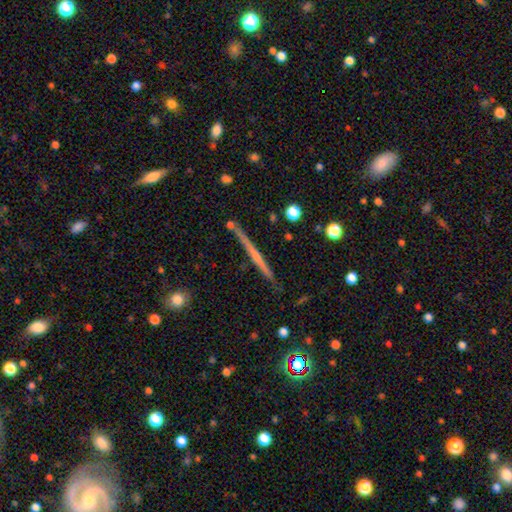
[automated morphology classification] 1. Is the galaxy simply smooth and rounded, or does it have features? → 62% featured or disk, 30% smooth, 8% star or artifact.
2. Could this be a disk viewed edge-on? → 98% yes, 2% no.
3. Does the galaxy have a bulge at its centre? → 68% none, 26% rounded, 6% boxy.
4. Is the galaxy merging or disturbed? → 87% none, 9% minor disturbance, 2% merger, 2% major disturbance.